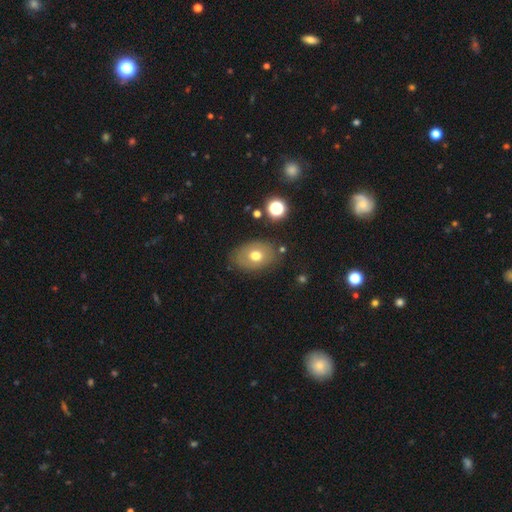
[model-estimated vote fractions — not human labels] Smooth or featured?
  - smooth: 61% *
  - featured or disk: 29%
  - star or artifact: 10%
How rounded?
  - in between: 75% *
  - round: 24%
  - cigar-shaped: 1%
Merging?
  - none: 78% *
  - minor disturbance: 15%
  - major disturbance: 5%
  - merger: 3%